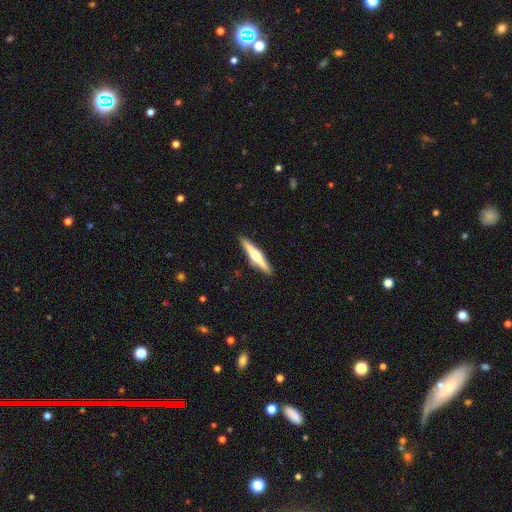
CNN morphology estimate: A featured or disk galaxy (64%) viewed edge-on (97%) with a rounded central bulge (91%).

Vote fractions:
- Smooth or featured? featured or disk: 64% / smooth: 31% / star or artifact: 5%
- Edge-on disk? yes: 97% / no: 3%
- Edge-on bulge? rounded: 91% / none: 4% / boxy: 4%
- Merging? none: 91% / minor disturbance: 6% / major disturbance: 1% / merger: 1%